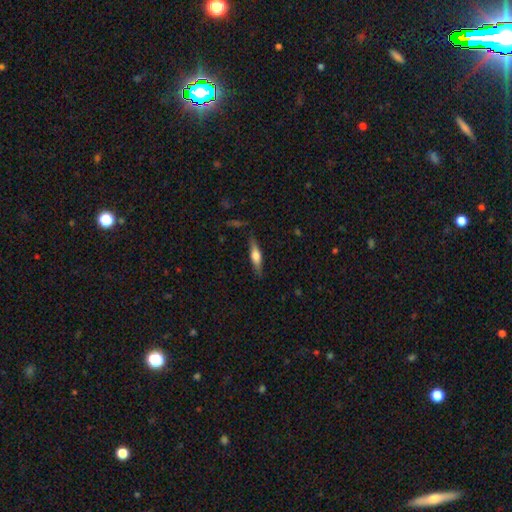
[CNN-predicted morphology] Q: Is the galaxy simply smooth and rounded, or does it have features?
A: featured or disk — 48%.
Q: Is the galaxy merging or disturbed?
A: none — 85%.